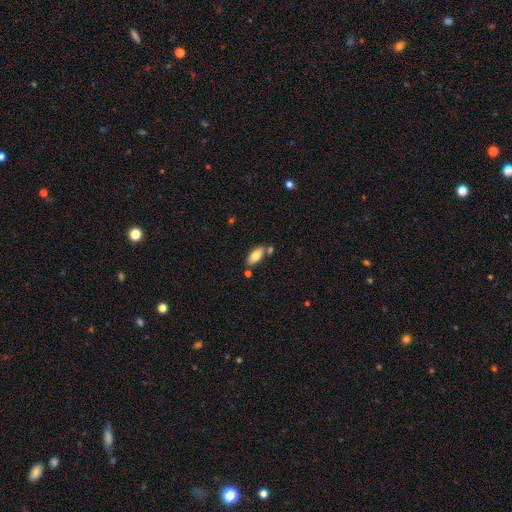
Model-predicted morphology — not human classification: type=smooth (77%); roundness=in between (87%); merging=none (71%).